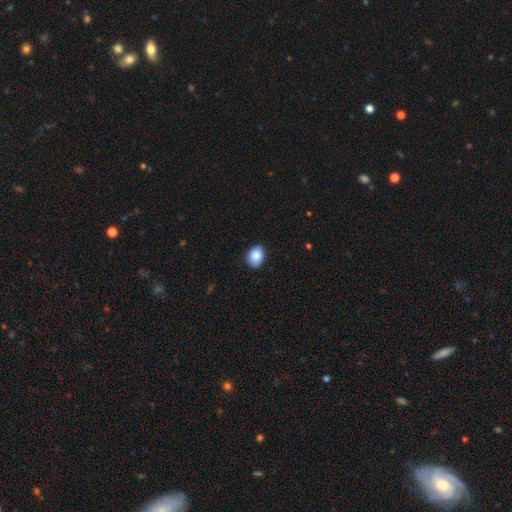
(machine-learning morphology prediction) Smooth or featured? smooth (86%)
How rounded? in between (63%)
Merging? none (83%)